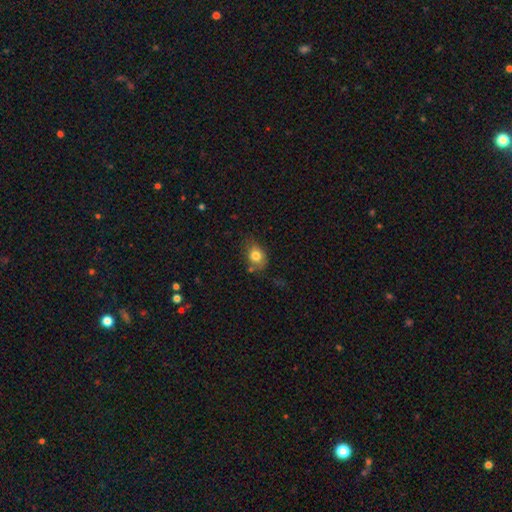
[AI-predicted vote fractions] smooth 79%, featured or disk 11%, star or artifact 9%. Down the decision tree: how rounded — in between (55%); merging — none (59%).